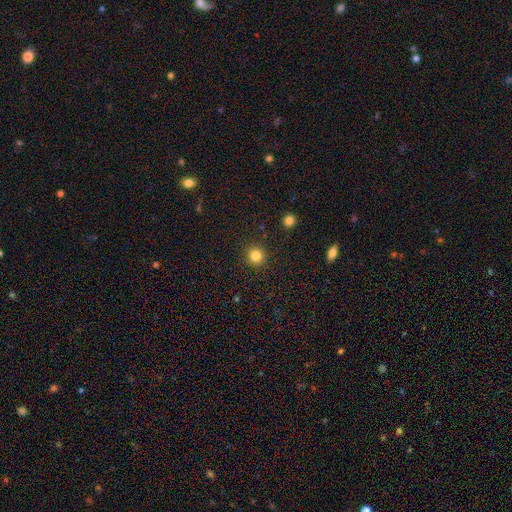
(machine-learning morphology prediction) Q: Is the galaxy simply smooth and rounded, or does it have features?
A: smooth — 83%.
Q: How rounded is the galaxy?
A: round — 94%.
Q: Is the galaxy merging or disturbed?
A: none — 91%.